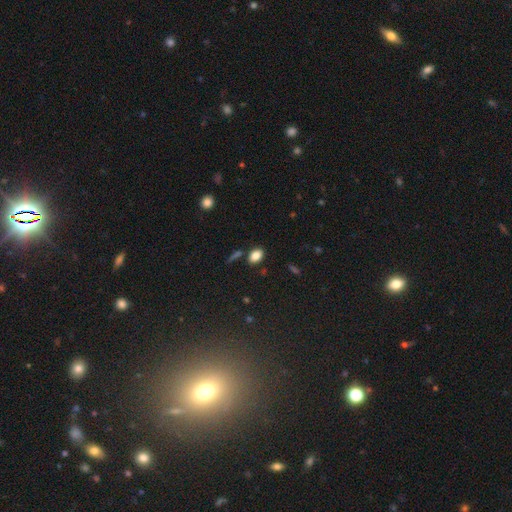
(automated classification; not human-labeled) The model was most divided on "merging": none: 79%, minor disturbance: 12%, merger: 6%, major disturbance: 3%. More confident: how rounded — in between (84%); smooth or featured — smooth (83%).